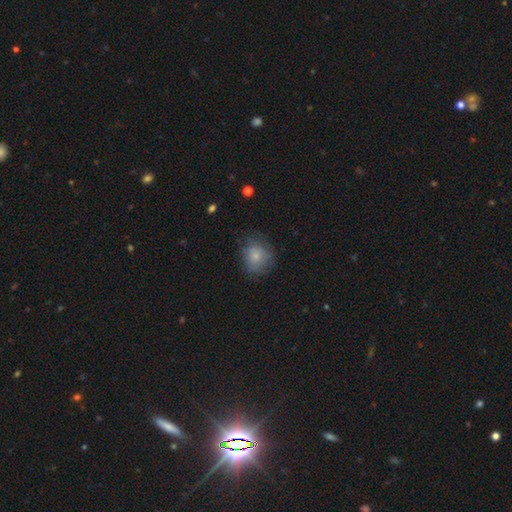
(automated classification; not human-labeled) Q: Smooth or featured?
A: smooth (78%); runner-up: featured or disk (13%)
Q: How rounded?
A: round (78%); runner-up: in between (21%)
Q: Merging?
A: none (69%); runner-up: minor disturbance (21%)